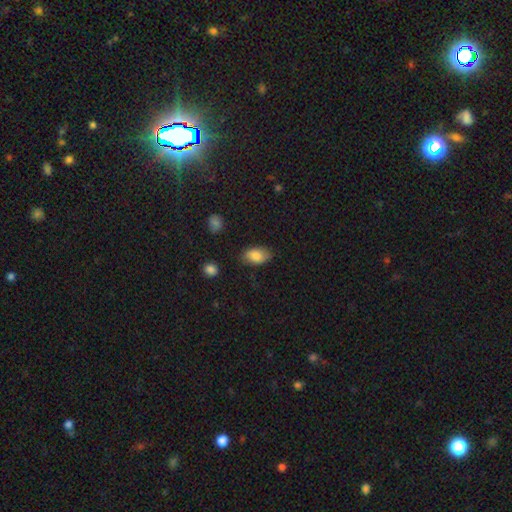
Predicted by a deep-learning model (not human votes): Smooth or featured? smooth (84%)
How rounded? in between (91%)
Merging? none (78%)